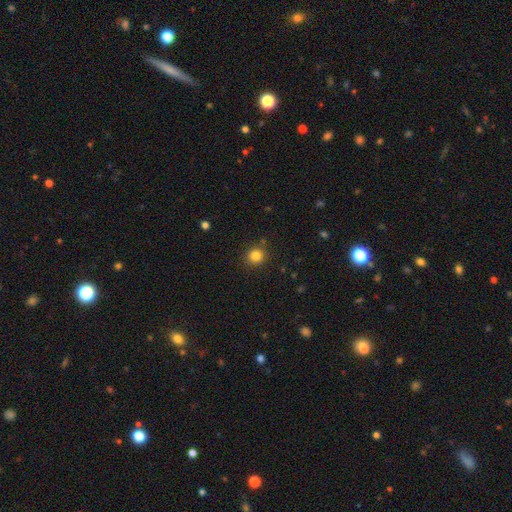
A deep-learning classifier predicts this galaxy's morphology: smooth 83%, star or artifact 12%, featured or disk 5%. Down the decision tree: how rounded — round (89%); merging — none (87%).